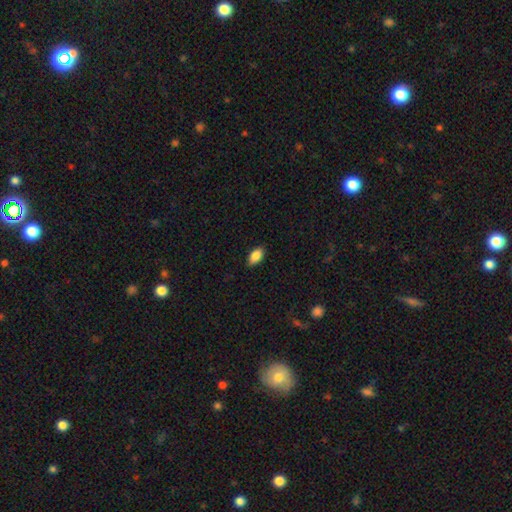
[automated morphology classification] A smooth galaxy with no disk features (86%) that is in between round and cigar-shaped (92%). Merging: none (88%).